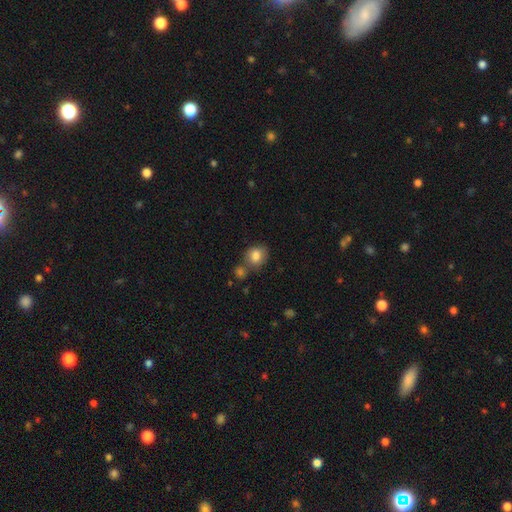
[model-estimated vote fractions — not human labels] Smooth or featured? smooth (82%)
How rounded? round (65%)
Merging? none (59%)